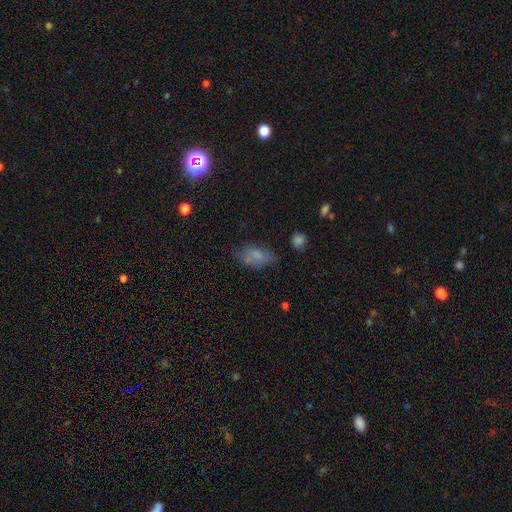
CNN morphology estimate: Smooth or featured? Predicted: smooth (p=0.73). How rounded? Predicted: in between (p=0.89). Merging? Predicted: none (p=0.59).